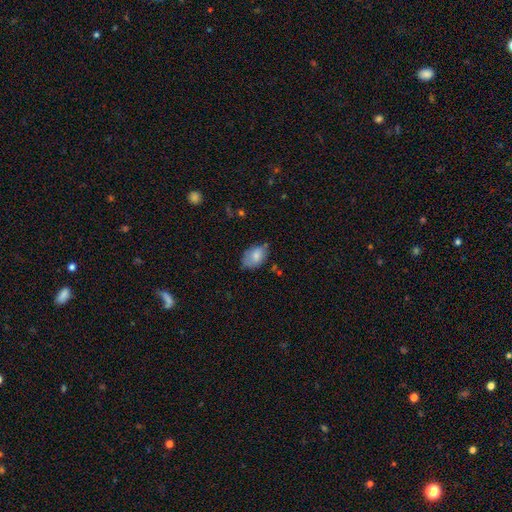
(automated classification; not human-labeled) Morphology: type=smooth (79%); roundness=in between (89%); merging=none (60%).